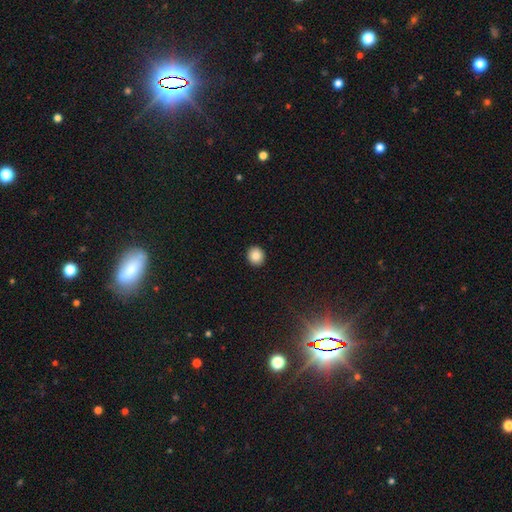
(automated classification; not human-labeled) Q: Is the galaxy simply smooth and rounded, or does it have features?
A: smooth — 86%.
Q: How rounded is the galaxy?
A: round — 85%.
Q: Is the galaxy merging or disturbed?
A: none — 92%.